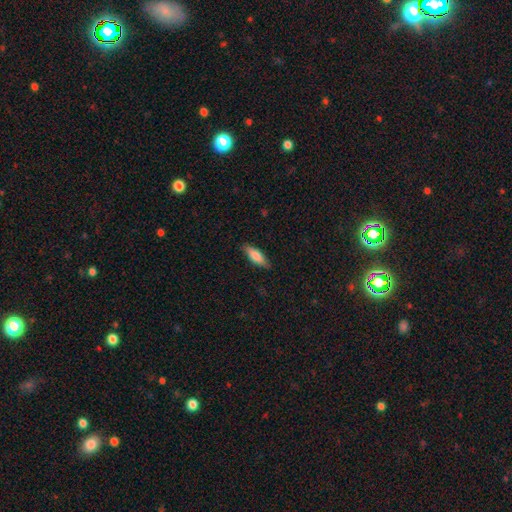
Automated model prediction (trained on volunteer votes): This is likely a smooth galaxy (79%). How rounded: possibly in between (56%). Merging: clearly none (84%).